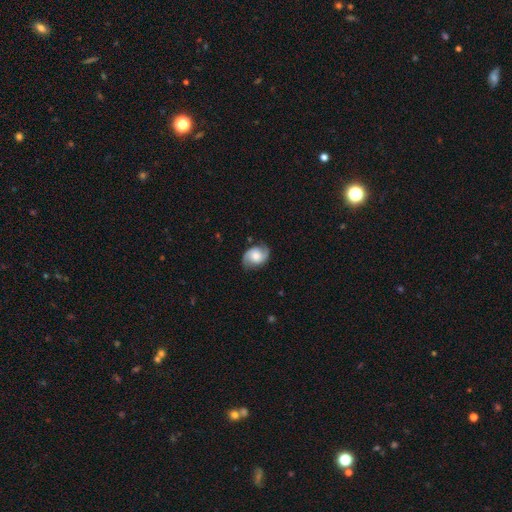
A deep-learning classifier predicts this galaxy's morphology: Q: Smooth or featured?
A: featured or disk (75%); runner-up: smooth (18%)
Q: Edge-on disk?
A: no (98%); runner-up: yes (2%)
Q: Bar?
A: no (64%); runner-up: weak (30%)
Q: Spiral arms?
A: yes (96%); runner-up: no (4%)
Q: Spiral winding?
A: medium (48%); runner-up: loose (26%)
Q: Spiral arm count?
A: 2 (92%); runner-up: can't tell (3%)
Q: Bulge size?
A: moderate (45%); runner-up: large (23%)
Q: Merging?
A: none (80%); runner-up: minor disturbance (15%)